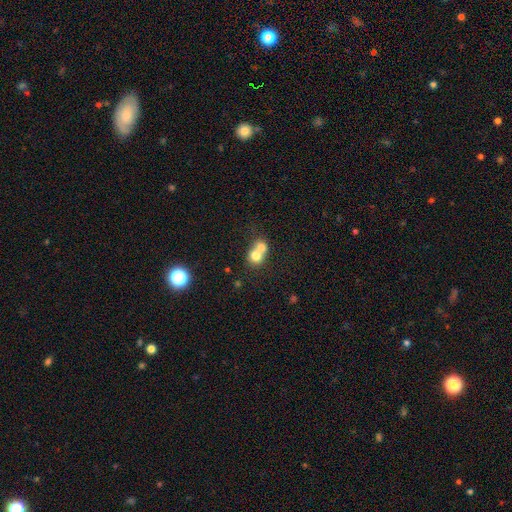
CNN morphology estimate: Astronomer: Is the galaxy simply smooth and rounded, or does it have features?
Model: smooth — 72%.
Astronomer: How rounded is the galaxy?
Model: round — 73%.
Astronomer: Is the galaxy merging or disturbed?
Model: merger — 71%.